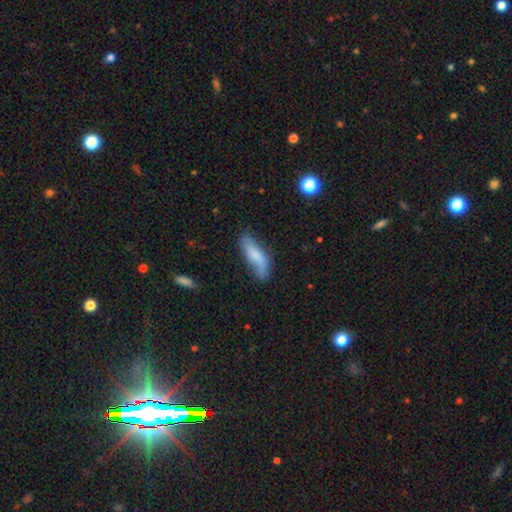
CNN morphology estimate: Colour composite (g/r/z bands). It shows a smooth galaxy with no disk features (71%) that is cigar-shaped (51%). Merging: none (61%).